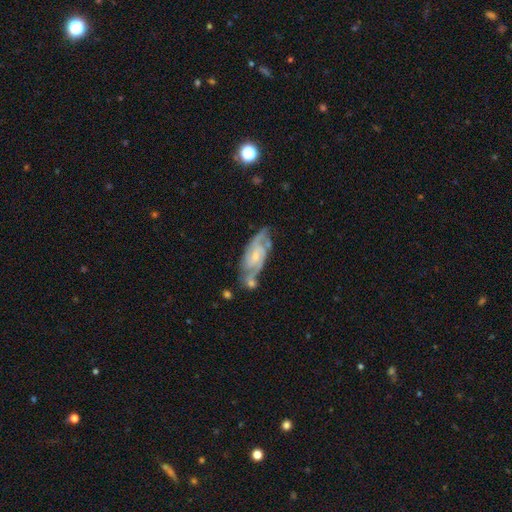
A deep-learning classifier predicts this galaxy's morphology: This appears to be a featured or disk galaxy (84%) with no bar (47%), 2 (65%) medium (47%) spiral arms (95%) and a small central bulge (63%). Merging: none (58%).